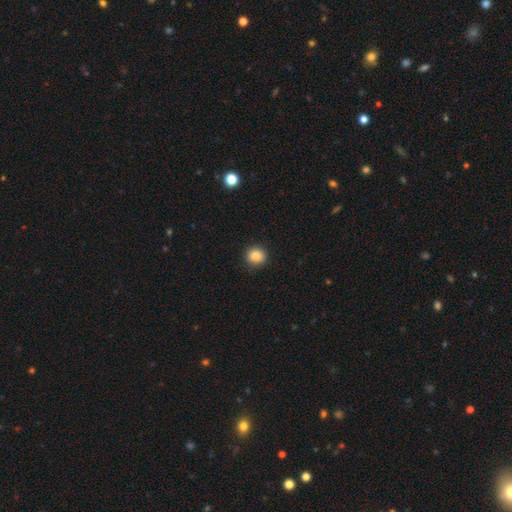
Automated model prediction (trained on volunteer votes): A smooth galaxy with no disk features (86%) that is round (88%).

Vote fractions:
- Smooth or featured? smooth: 86% / star or artifact: 10% / featured or disk: 4%
- How rounded? round: 88% / in between: 11% / cigar-shaped: 1%
- Merging? none: 91% / minor disturbance: 6% / major disturbance: 2% / merger: 1%